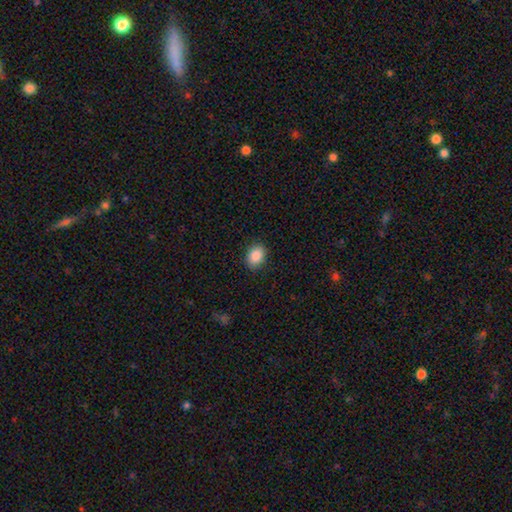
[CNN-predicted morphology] A smooth galaxy with no disk features (87%) that is in between round and cigar-shaped (72%). Merging: none (89%).